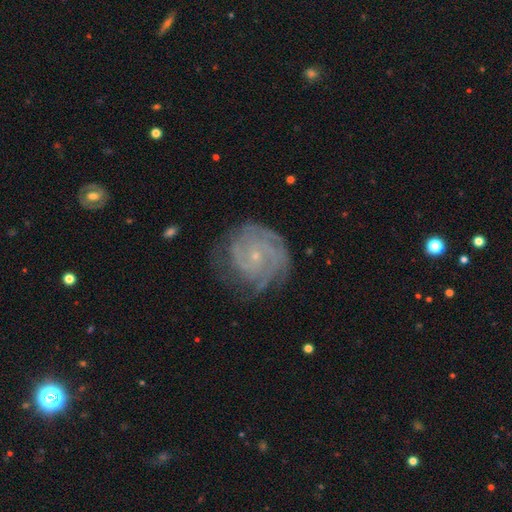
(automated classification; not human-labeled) smooth-or-featured: featured or disk: 84% | smooth: 8% | star or artifact: 7%
  disk-edge-on: no: 98% | yes: 2%
    bar: no: 74% | weak: 21% | strong: 5%
    has-spiral-arms: yes: 96% | no: 4%
      spiral-winding: tight: 76% | medium: 20% | loose: 4%
      spiral-arm-count: can't tell: 27% | 3: 23% | 4: 18% | 2: 17% | more than 4: 8% | 1: 7%
    bulge-size: small: 85% | moderate: 10% | none: 3% | large: 1% | dominant: 1%
  merging: none: 71% | minor disturbance: 20% | major disturbance: 8% | merger: 1%